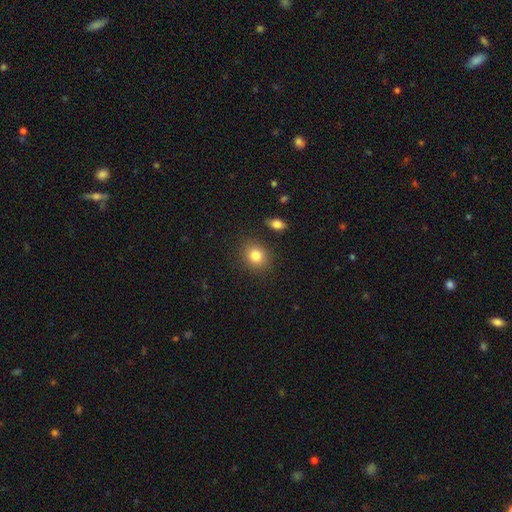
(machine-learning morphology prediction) type=smooth (82%); roundness=round (65%); merging=none (86%).